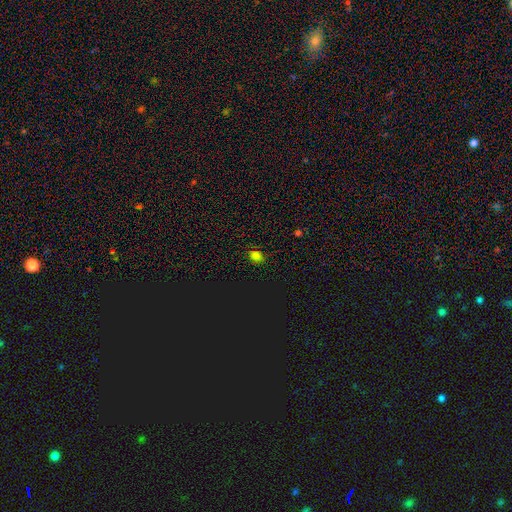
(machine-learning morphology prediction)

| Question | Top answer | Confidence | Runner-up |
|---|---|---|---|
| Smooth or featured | smooth | 68% | star or artifact (27%) |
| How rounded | round | 49% | tied: in between (49%) |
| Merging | none | 84% | minor disturbance (12%) |